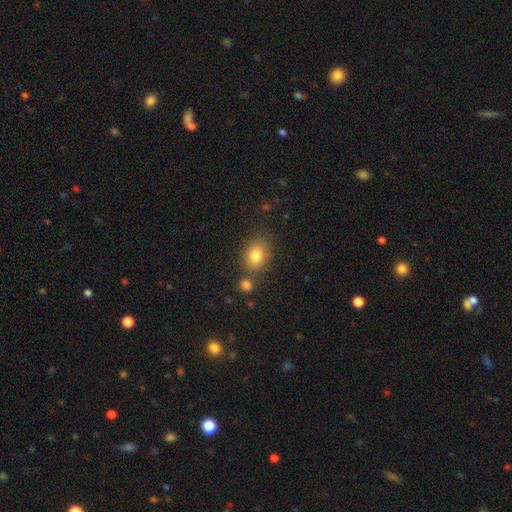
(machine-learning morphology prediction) Smooth or featured: smooth — 82% (star or artifact — 10%)
How rounded: in between — 63% (round — 36%)
Merging: none — 69% (minor disturbance — 15%)